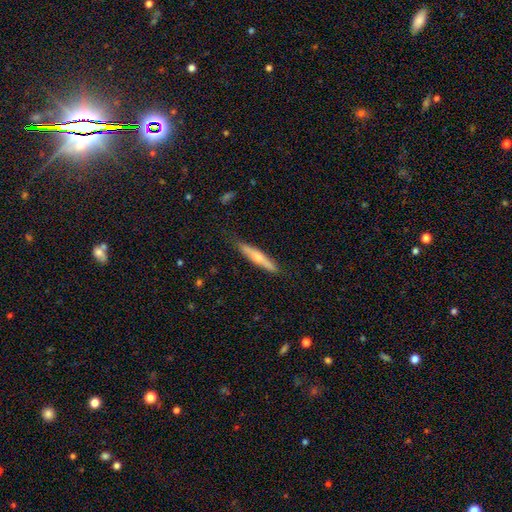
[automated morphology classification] Q: Smooth or featured?
A: featured or disk (52%); runner-up: smooth (41%)
Q: Edge-on disk?
A: yes (93%); runner-up: no (7%)
Q: Merging?
A: none (83%); runner-up: minor disturbance (14%)